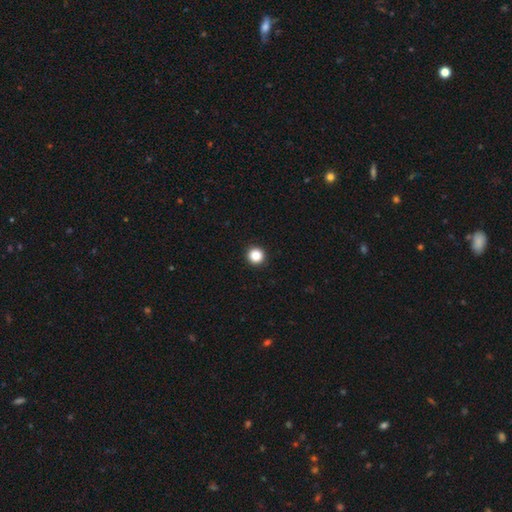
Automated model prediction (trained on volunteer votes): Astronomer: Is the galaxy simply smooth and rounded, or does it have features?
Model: smooth — 86%.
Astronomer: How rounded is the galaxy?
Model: round — 95%.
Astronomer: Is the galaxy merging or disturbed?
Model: none — 94%.